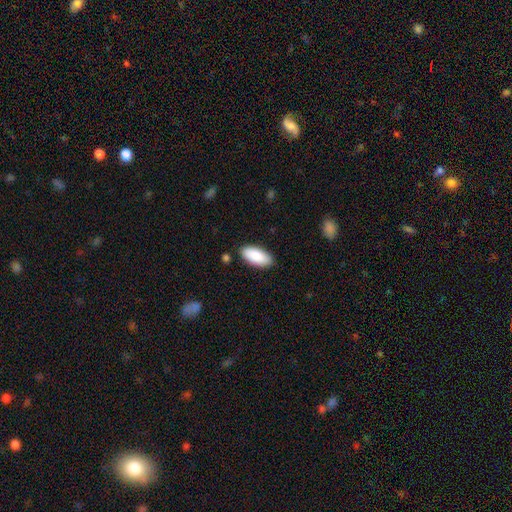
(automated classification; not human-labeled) Smooth or featured?
  - smooth: 89% *
  - star or artifact: 6%
  - featured or disk: 6%
How rounded?
  - in between: 90% *
  - cigar-shaped: 8%
  - round: 2%
Merging?
  - none: 86% *
  - minor disturbance: 10%
  - major disturbance: 2%
  - merger: 2%